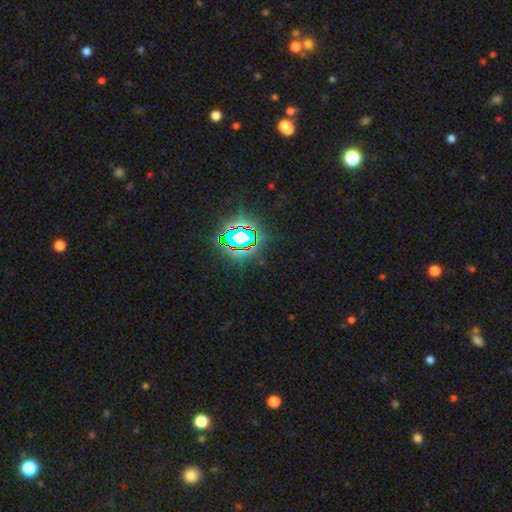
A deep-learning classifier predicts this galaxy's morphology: smooth_or_featured: star or artifact (p=0.82) [alt: smooth p=0.11]